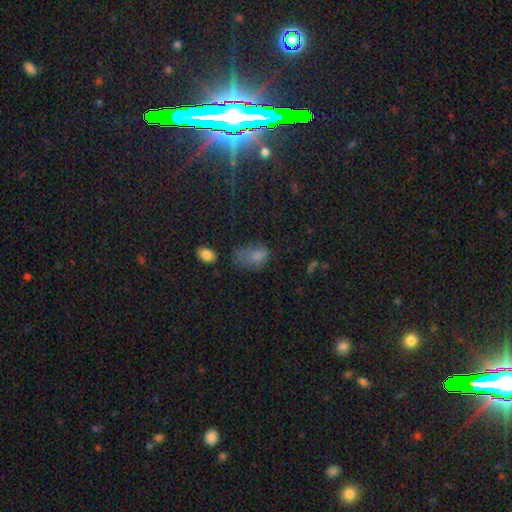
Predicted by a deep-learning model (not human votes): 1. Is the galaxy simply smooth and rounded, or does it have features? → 71% smooth, 16% star or artifact, 13% featured or disk.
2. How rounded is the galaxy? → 85% in between, 13% round, 2% cigar-shaped.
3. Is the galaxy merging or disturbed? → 34% none, 33% minor disturbance, 27% major disturbance, 6% merger.